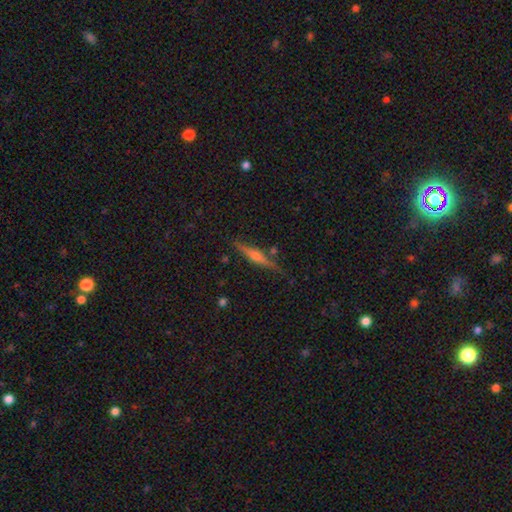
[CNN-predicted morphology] type=featured or disk (72%); edge-on=yes (97%); edge-on bulge=rounded (88%); merging=none (84%).